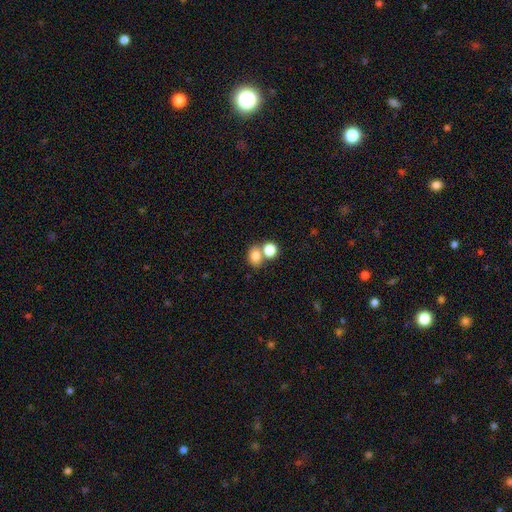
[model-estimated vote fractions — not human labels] Smooth or featured?
  - smooth: 80% *
  - star or artifact: 11%
  - featured or disk: 9%
How rounded?
  - round: 55% *
  - in between: 44%
  - cigar-shaped: 1%
Merging?
  - none: 47% *
  - merger: 42%
  - minor disturbance: 8%
  - major disturbance: 3%